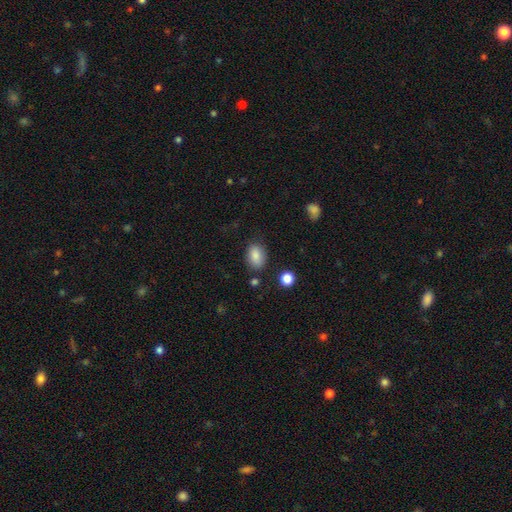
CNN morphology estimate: This is clearly a smooth galaxy (85%). How rounded: clearly in between (82%). Merging: likely none (78%).